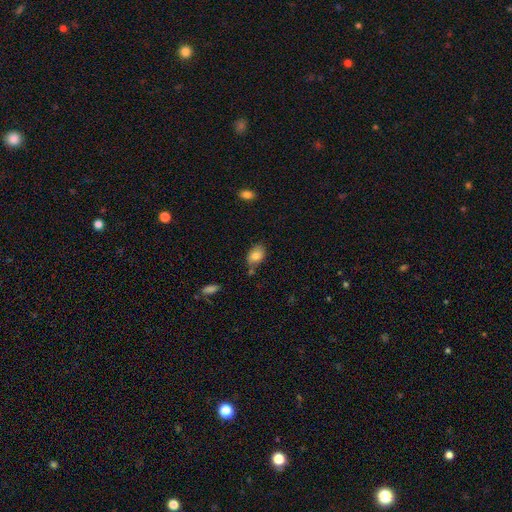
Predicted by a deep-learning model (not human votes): smooth_or_featured: smooth (p=0.82) [alt: featured or disk p=0.10]
how_rounded: in between (p=0.85) [alt: round p=0.14]
merging: none (p=0.67) [alt: minor disturbance p=0.20]